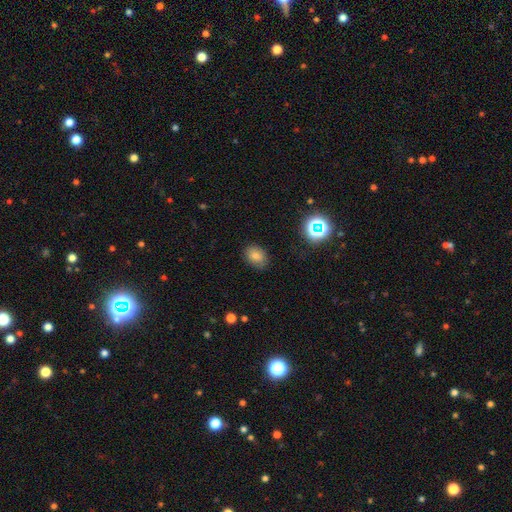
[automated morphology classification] The model was most divided on "how rounded": in between: 68%, round: 31%, cigar-shaped: 1%. More confident: merging — none (83%); smooth or featured — smooth (79%).